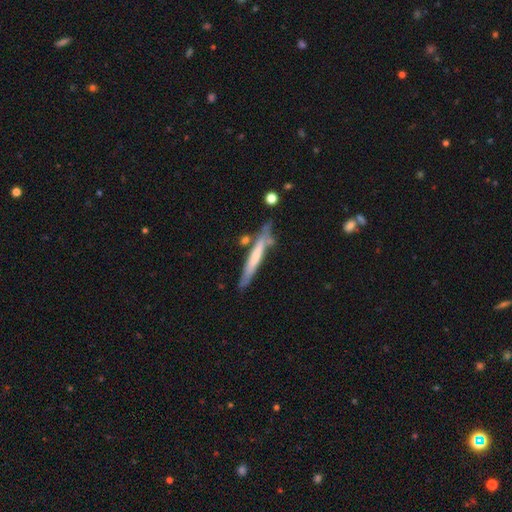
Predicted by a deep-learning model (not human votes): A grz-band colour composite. It shows a smooth galaxy with no disk features (52%) that is cigar-shaped (95%). Merging: none (71%).